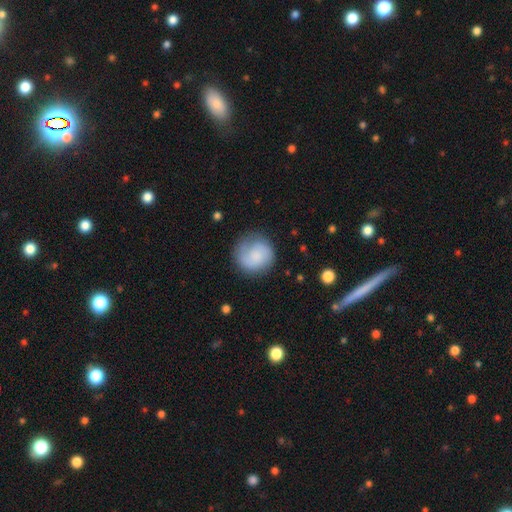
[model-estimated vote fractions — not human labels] smooth_or_featured: smooth (p=0.65) [alt: featured or disk p=0.28]
how_rounded: round (p=0.91) [alt: in between p=0.08]
merging: none (p=0.74) [alt: minor disturbance p=0.16]